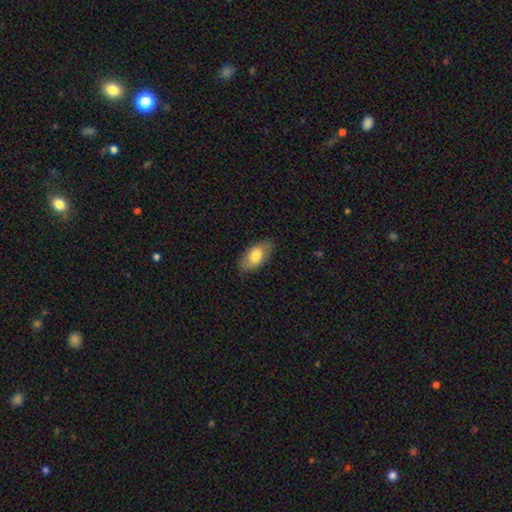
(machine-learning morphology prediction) Smooth or featured? smooth (76%)
How rounded? in between (92%)
Merging? none (83%)